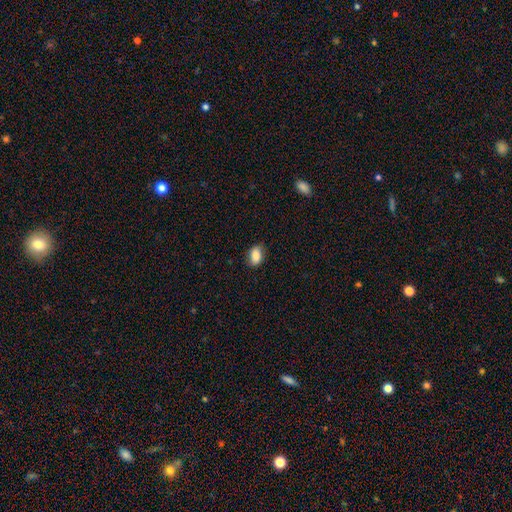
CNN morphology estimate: smooth-or-featured: smooth: 85% | star or artifact: 8% | featured or disk: 7%
  how-rounded: in between: 84% | round: 15% | cigar-shaped: 2%
  merging: none: 80% | minor disturbance: 16% | major disturbance: 3% | merger: 1%